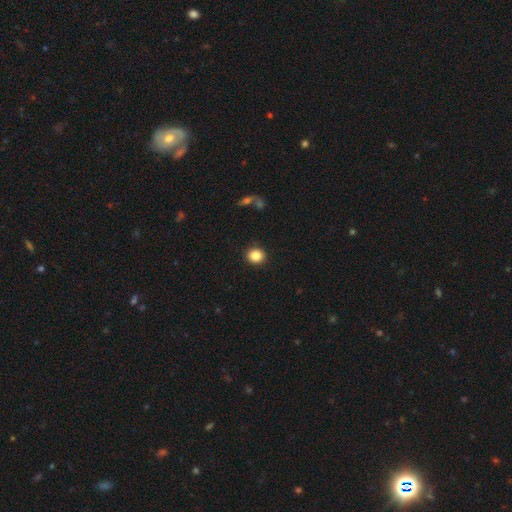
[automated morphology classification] smooth-or-featured: smooth: 85% | star or artifact: 10% | featured or disk: 5%
  how-rounded: round: 78% | in between: 21% | cigar-shaped: 1%
  merging: none: 91% | minor disturbance: 6% | major disturbance: 2% | merger: 1%